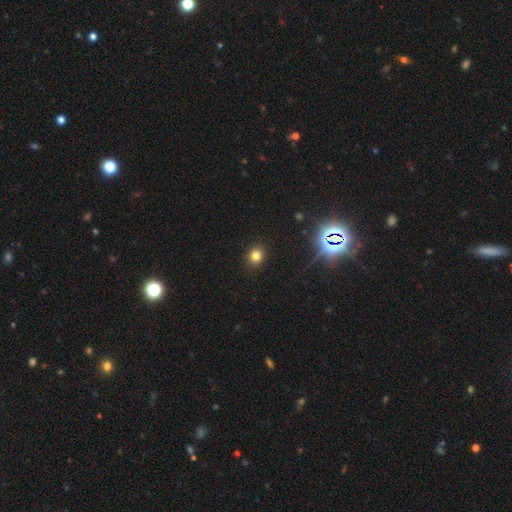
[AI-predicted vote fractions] smooth_or_featured: smooth (p=0.78) [alt: star or artifact p=0.16]
how_rounded: round (p=0.69) [alt: in between p=0.30]
merging: none (p=0.90) [alt: minor disturbance p=0.07]